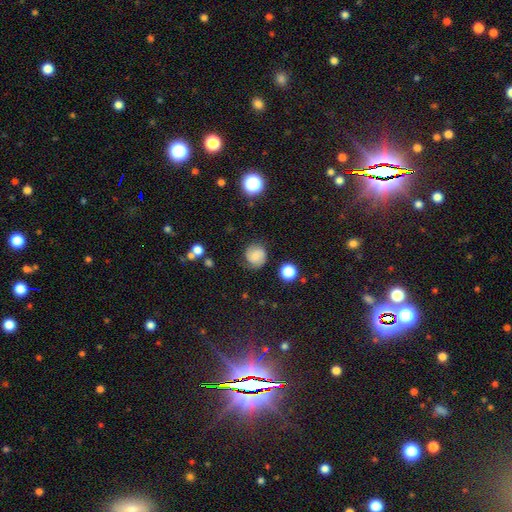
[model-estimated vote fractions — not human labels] Smooth or featured: smooth — 57% (featured or disk — 31%)
How rounded: round — 86% (in between — 13%)
Merging: none — 75% (minor disturbance — 17%)